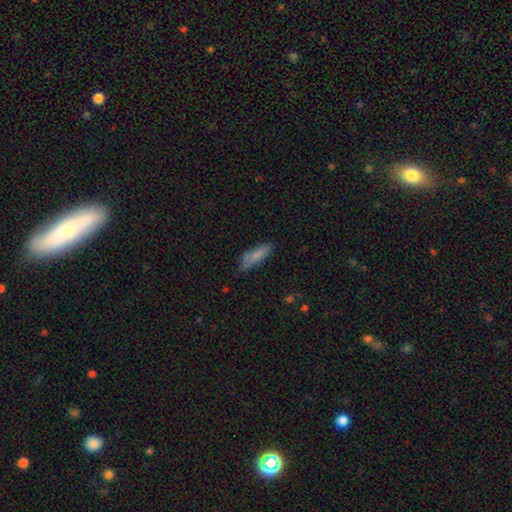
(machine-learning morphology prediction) smooth_or_featured: smooth (p=0.76) [alt: featured or disk p=0.17]
how_rounded: cigar-shaped (p=0.50) [alt: in between p=0.48]
merging: none (p=0.63) [alt: minor disturbance p=0.26]